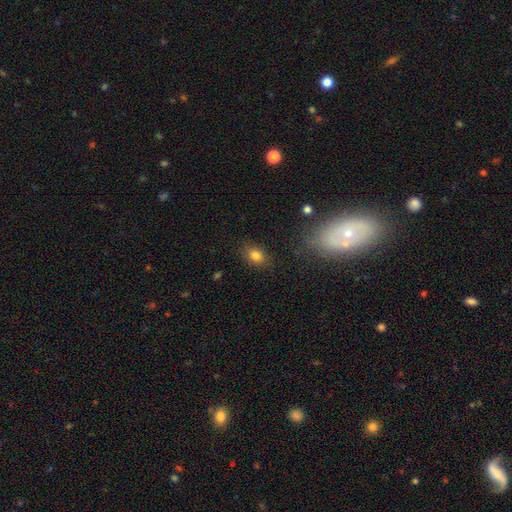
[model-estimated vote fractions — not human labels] Smooth or featured? smooth (81%)
How rounded? in between (73%)
Merging? none (83%)